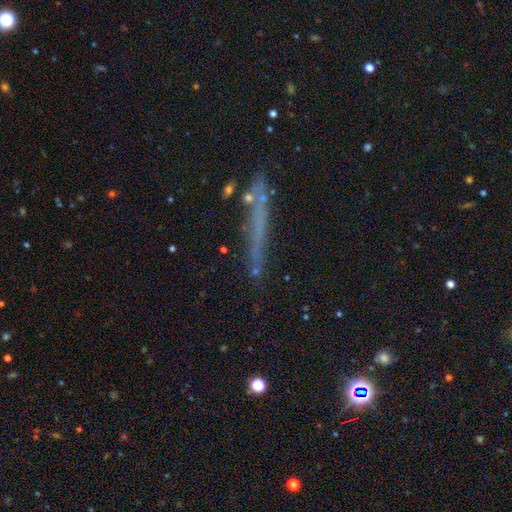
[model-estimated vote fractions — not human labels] smooth_or_featured: smooth (p=0.45) [alt: featured or disk p=0.39]
merging: none (p=0.73) [alt: minor disturbance p=0.17]